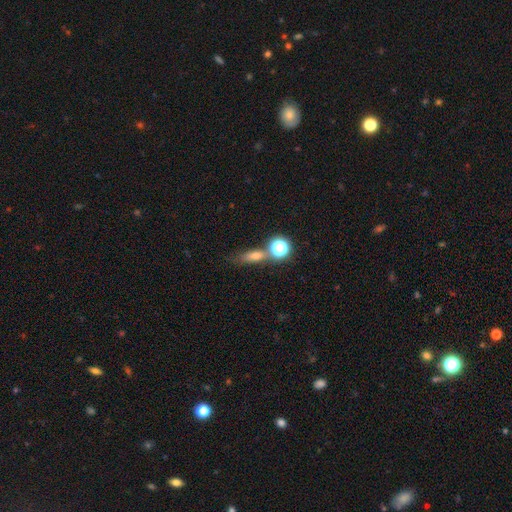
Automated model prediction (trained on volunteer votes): A smooth galaxy with no disk features (53%) that is in between round and cigar-shaped (40%).

Vote fractions:
- Smooth or featured? smooth: 53% / star or artifact: 27% / featured or disk: 19%
- How rounded? in between: 40% / cigar-shaped: 33% / round: 27%
- Merging? none: 57% / merger: 21% / minor disturbance: 14% / major disturbance: 8%